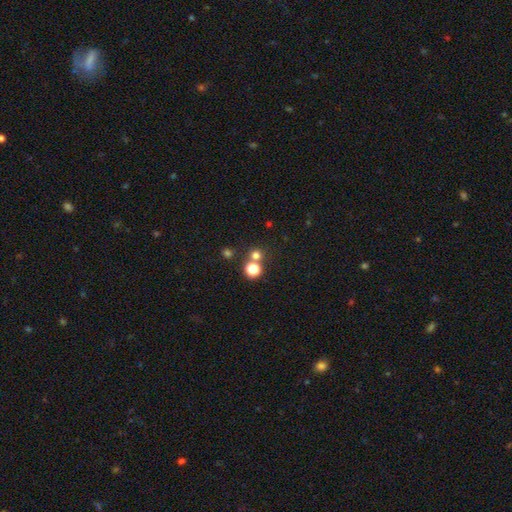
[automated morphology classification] The model was most divided on "merging": none: 67%, merger: 25%, minor disturbance: 6%, major disturbance: 3%. More confident: how rounded — round (91%); smooth or featured — smooth (71%).